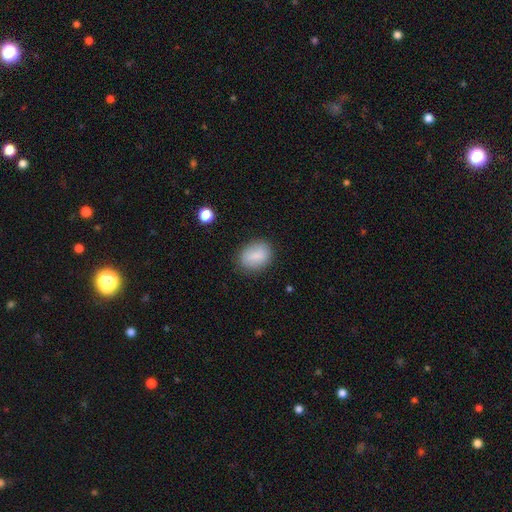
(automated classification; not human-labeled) smooth 84%, featured or disk 9%, star or artifact 8%. Down the decision tree: how rounded — in between (72%); merging — none (81%).